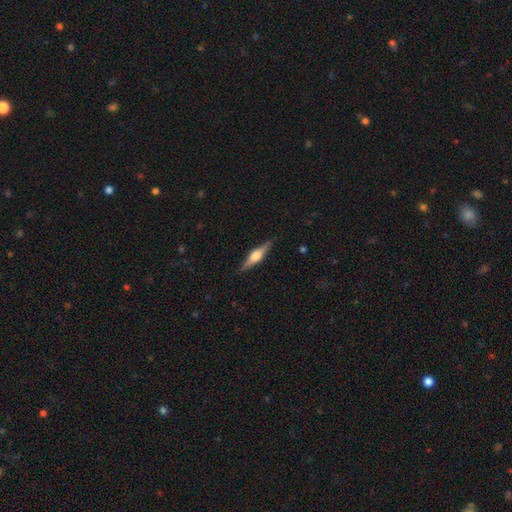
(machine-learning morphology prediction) Smooth or featured: featured or disk — 67% (smooth — 27%)
Edge-on disk: yes — 97% (no — 3%)
Edge-on bulge: rounded — 89% (boxy — 9%)
Merging: none — 89% (minor disturbance — 8%)